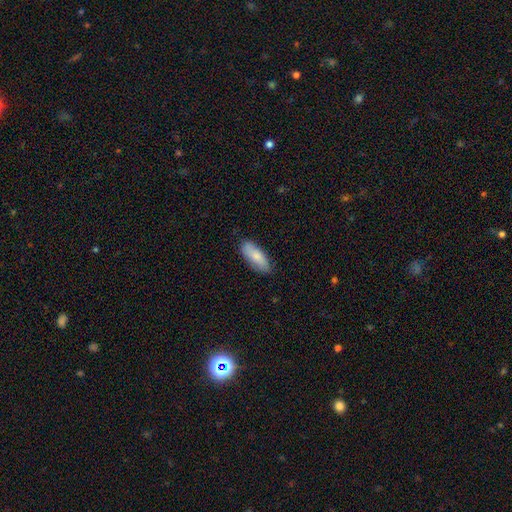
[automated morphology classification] The model was most divided on "how rounded": in between: 70%, cigar-shaped: 28%, round: 2%. More confident: merging — none (82%); smooth or featured — smooth (80%).